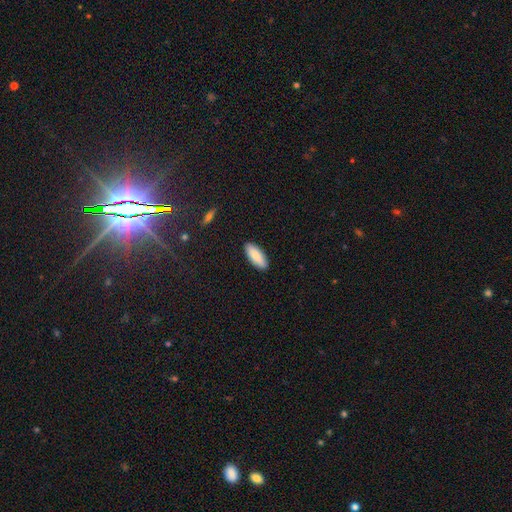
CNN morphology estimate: A smooth galaxy with no disk features (87%) that is in between round and cigar-shaped (77%).

Vote fractions:
- Smooth or featured? smooth: 87% / featured or disk: 7% / star or artifact: 6%
- How rounded? in between: 77% / cigar-shaped: 22% / round: 2%
- Merging? none: 90% / minor disturbance: 8% / major disturbance: 2% / merger: 1%